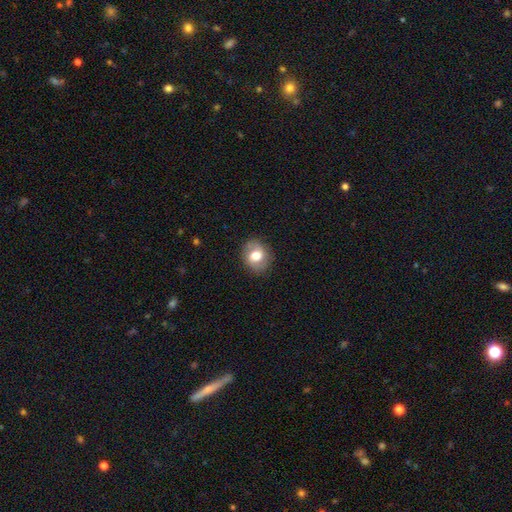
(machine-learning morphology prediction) smooth 56%, featured or disk 36%, star or artifact 8%. Down the decision tree: how rounded — round (64%); merging — none (83%).